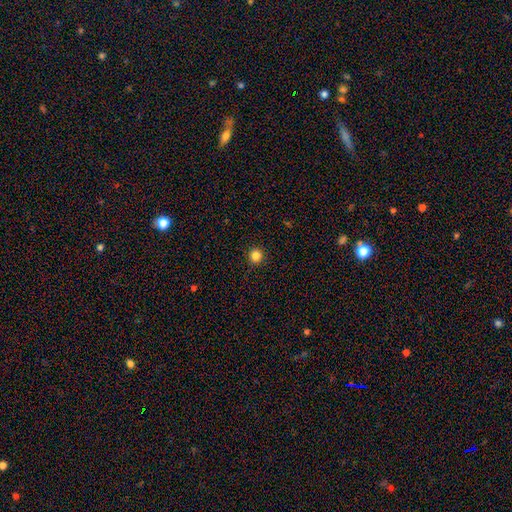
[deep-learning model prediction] This appears to be a smooth galaxy with no disk features (83%) that is round (94%). Merging: none (93%).